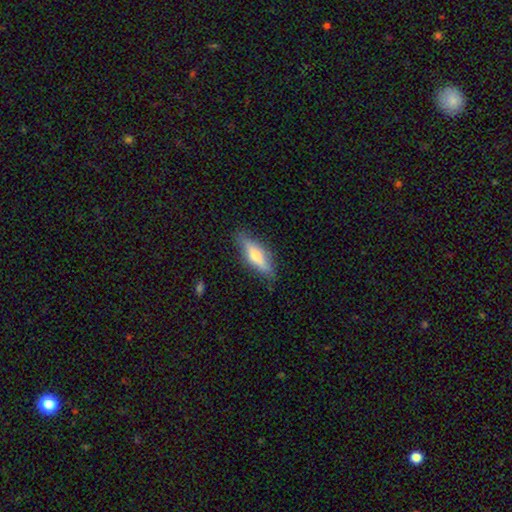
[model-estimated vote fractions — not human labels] smooth-or-featured: smooth: 51% | featured or disk: 43% | star or artifact: 6%
  how-rounded: cigar-shaped: 64% | in between: 33% | round: 2%
  merging: none: 85% | minor disturbance: 12% | major disturbance: 2% | merger: 1%